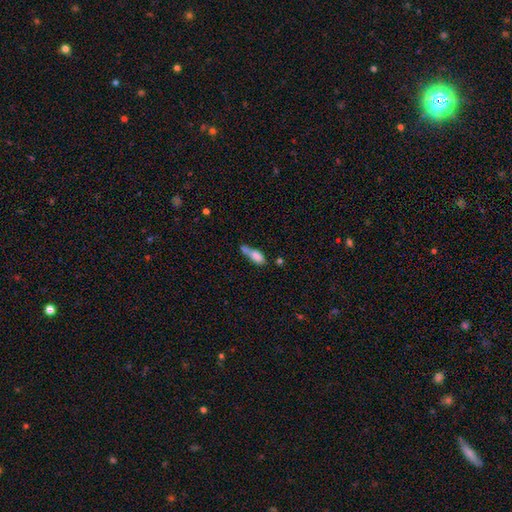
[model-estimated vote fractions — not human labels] The model was most divided on "merging": merger: 45%, none: 26%, minor disturbance: 18%, major disturbance: 11%. More confident: smooth or featured — smooth (75%); how rounded — in between (70%).